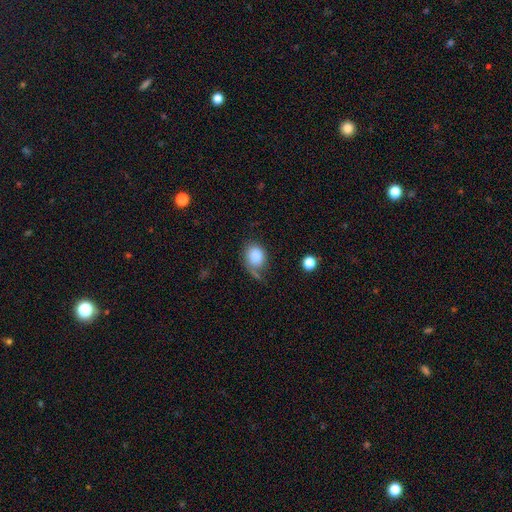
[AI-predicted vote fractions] This appears to be a smooth galaxy with no disk features (81%) that is round (56%). Merging: none (50%).